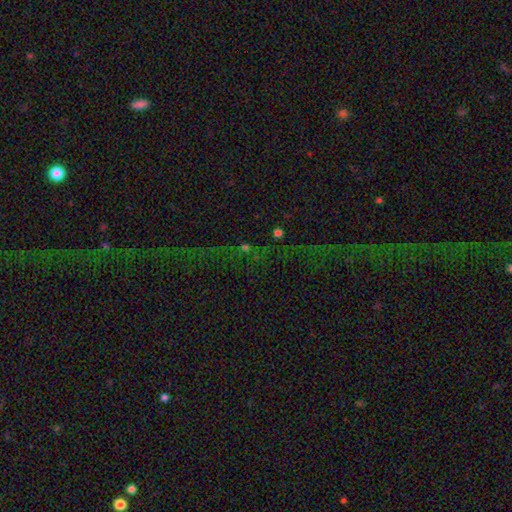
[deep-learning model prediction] Smooth or featured?
  - star or artifact: 74% *
  - featured or disk: 15%
  - smooth: 11%